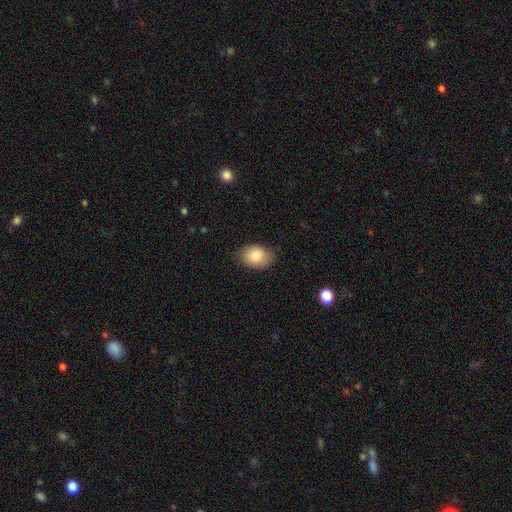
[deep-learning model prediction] Smooth or featured? smooth (83%)
How rounded? in between (78%)
Merging? none (76%)